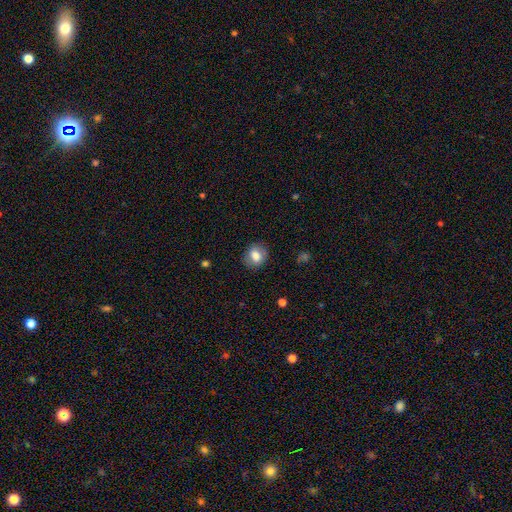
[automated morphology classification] Smooth or featured?
  - smooth: 78% *
  - featured or disk: 14%
  - star or artifact: 9%
How rounded?
  - round: 56% *
  - in between: 42%
  - cigar-shaped: 1%
Merging?
  - none: 84% *
  - minor disturbance: 11%
  - major disturbance: 3%
  - merger: 1%